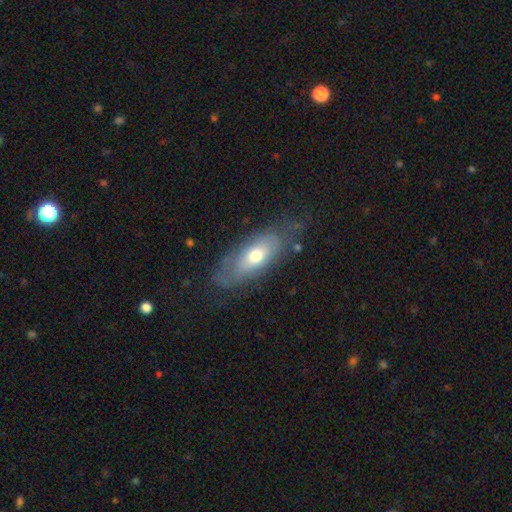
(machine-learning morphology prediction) Smooth or featured?
  - smooth: 56% *
  - featured or disk: 37%
  - star or artifact: 7%
How rounded?
  - in between: 81% *
  - cigar-shaped: 15%
  - round: 4%
Merging?
  - none: 59% *
  - minor disturbance: 24%
  - major disturbance: 14%
  - merger: 2%